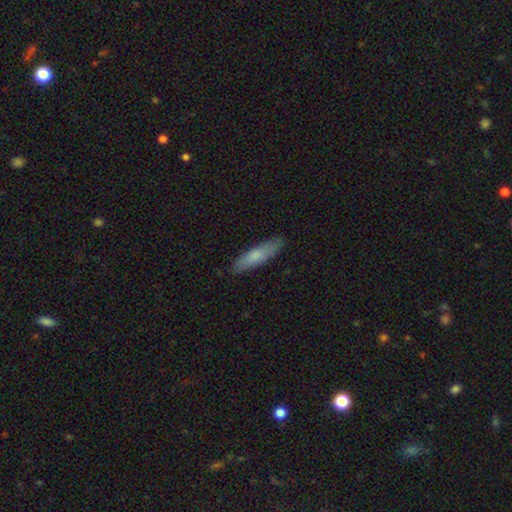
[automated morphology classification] This appears to be a smooth galaxy with no disk features (74%) that is cigar-shaped (74%). Merging: none (86%).